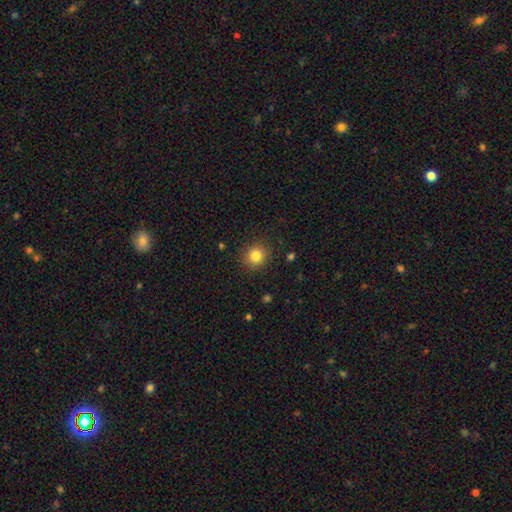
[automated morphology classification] smooth-or-featured: smooth: 83% | star or artifact: 11% | featured or disk: 6%
  how-rounded: round: 88% | in between: 11% | cigar-shaped: 1%
  merging: none: 90% | minor disturbance: 7% | major disturbance: 2% | merger: 1%